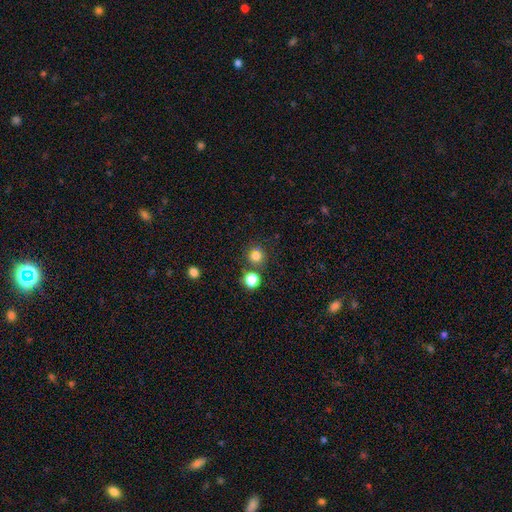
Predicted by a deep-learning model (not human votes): Smooth or featured: smooth — 77% (star or artifact — 17%)
How rounded: round — 92% (in between — 7%)
Merging: none — 75% (merger — 14%)